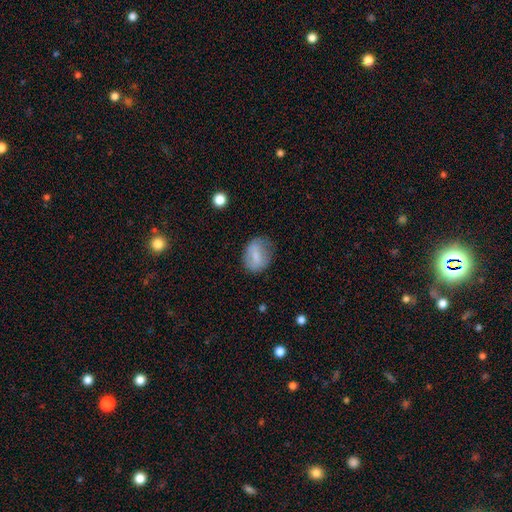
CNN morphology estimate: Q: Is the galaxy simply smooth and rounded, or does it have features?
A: smooth — 69%.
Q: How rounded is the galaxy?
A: in between — 62%.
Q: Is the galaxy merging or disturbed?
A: none — 65%.